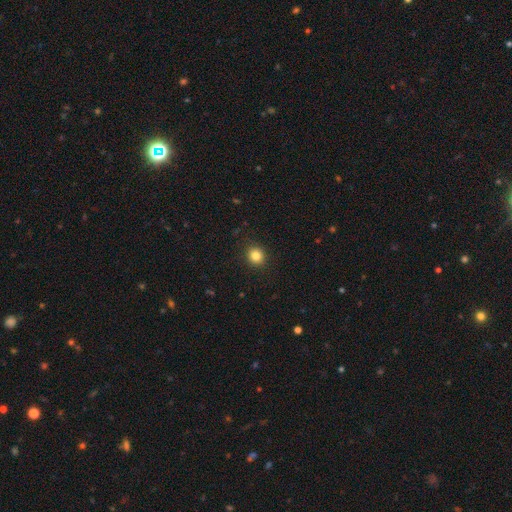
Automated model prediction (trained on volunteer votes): A smooth galaxy with no disk features (84%) that is round (85%). Merging: none (91%).